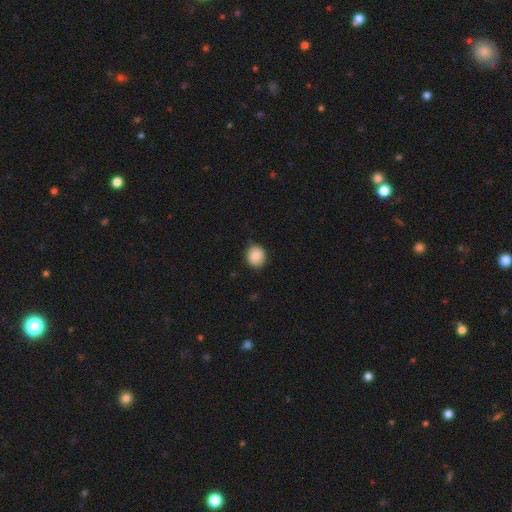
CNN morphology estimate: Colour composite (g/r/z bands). It shows a smooth galaxy with no disk features (87%) that is round (78%). Merging: none (81%).